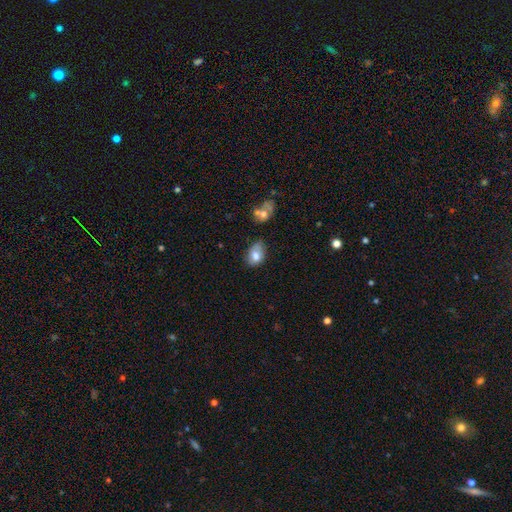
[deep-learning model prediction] Morphology: type=smooth (74%); roundness=in between (76%); merging=none (48%).